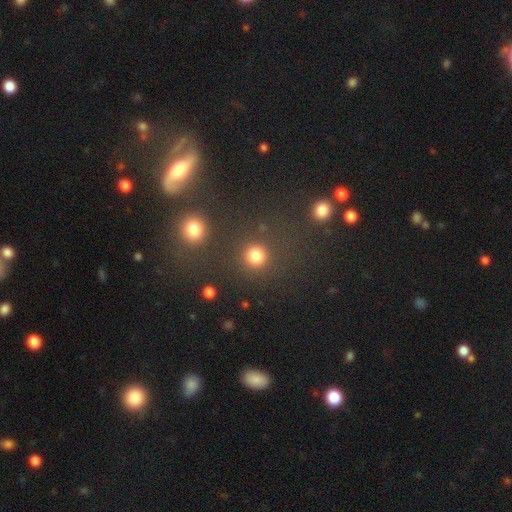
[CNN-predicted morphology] Smooth or featured?
  - smooth: 81% *
  - star or artifact: 14%
  - featured or disk: 5%
How rounded?
  - round: 92% *
  - in between: 7%
  - cigar-shaped: 1%
Merging?
  - none: 80% *
  - minor disturbance: 8%
  - merger: 7%
  - major disturbance: 5%